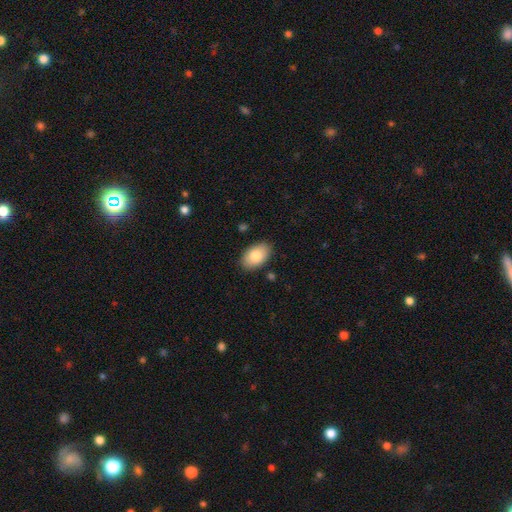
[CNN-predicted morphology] Q: Smooth or featured?
A: smooth (83%); runner-up: featured or disk (11%)
Q: How rounded?
A: in between (93%); runner-up: round (6%)
Q: Merging?
A: none (87%); runner-up: minor disturbance (10%)